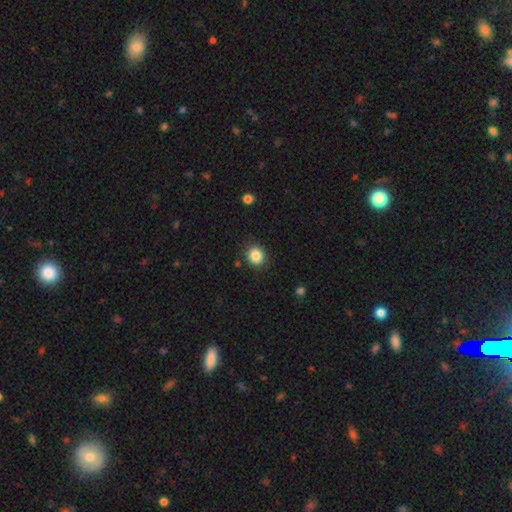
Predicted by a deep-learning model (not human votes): smooth 85%, star or artifact 10%, featured or disk 5%. Down the decision tree: how rounded — round (79%); merging — none (87%).